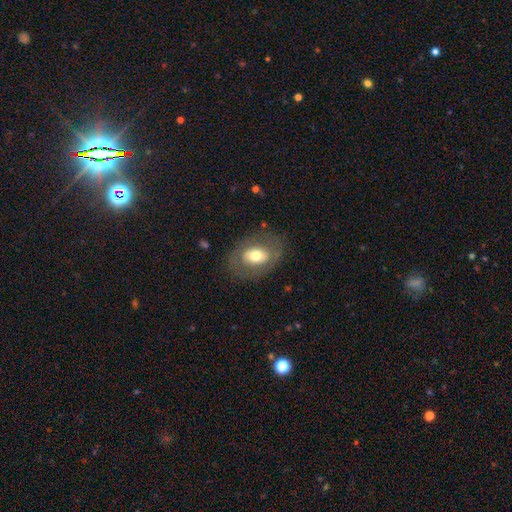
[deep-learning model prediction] This appears to be a smooth galaxy with no disk features (56%) that is in between round and cigar-shaped (77%). Merging: none (77%).